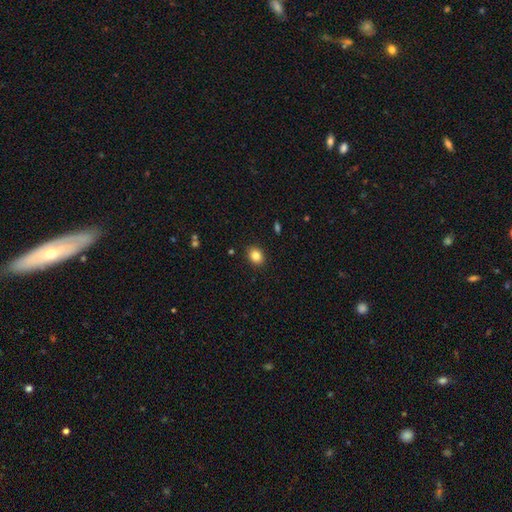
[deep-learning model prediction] This appears to be a smooth galaxy with no disk features (85%) that is in between round and cigar-shaped (50%). Merging: none (89%).